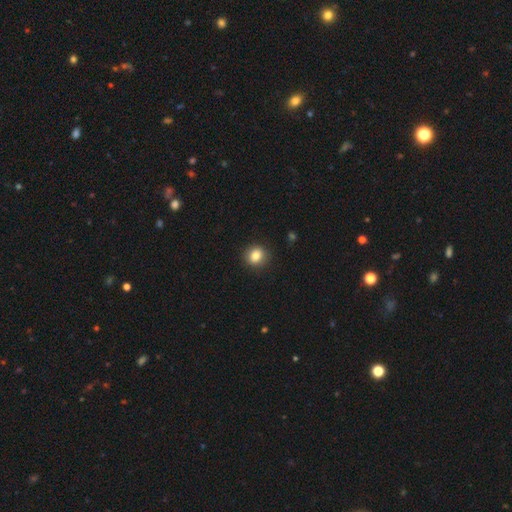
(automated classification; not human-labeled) smooth 83%, star or artifact 10%, featured or disk 7%. Down the decision tree: how rounded — round (81%); merging — none (90%).